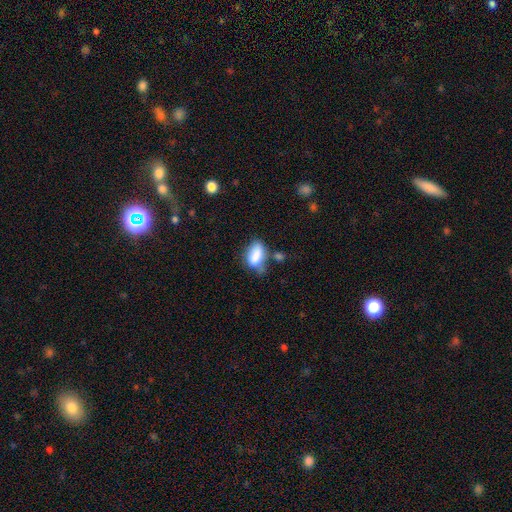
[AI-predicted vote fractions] Q: Smooth or featured?
A: smooth (81%); runner-up: featured or disk (10%)
Q: How rounded?
A: in between (90%); runner-up: round (7%)
Q: Merging?
A: none (40%); runner-up: minor disturbance (31%)